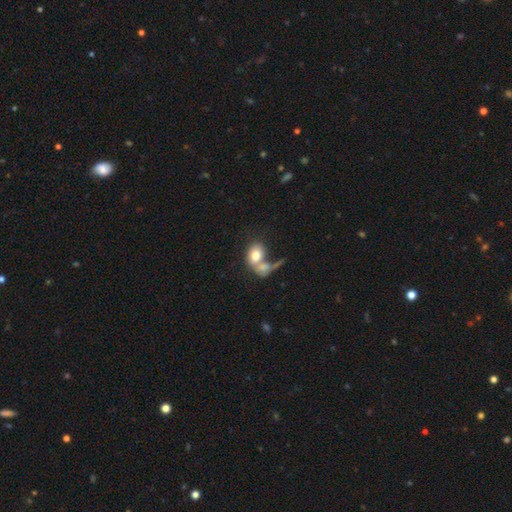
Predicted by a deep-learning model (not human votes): A smooth galaxy with no disk features (72%) that is in between round and cigar-shaped (73%). Merging: merger (57%).